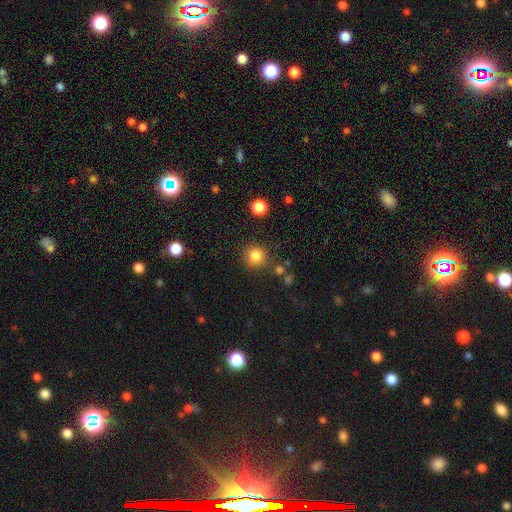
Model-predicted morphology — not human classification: This appears to be a smooth galaxy with no disk features (83%) that is round (92%). Merging: none (83%).